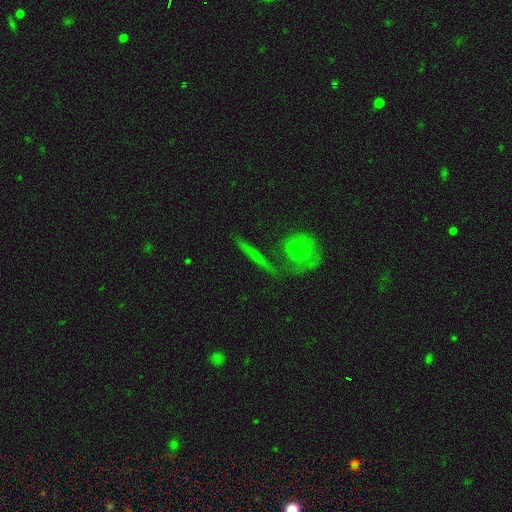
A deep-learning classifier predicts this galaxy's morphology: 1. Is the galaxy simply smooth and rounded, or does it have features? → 56% featured or disk, 26% smooth, 17% star or artifact.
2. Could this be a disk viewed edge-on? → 84% yes, 16% no.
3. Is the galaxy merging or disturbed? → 74% none, 11% merger, 10% minor disturbance, 5% major disturbance.